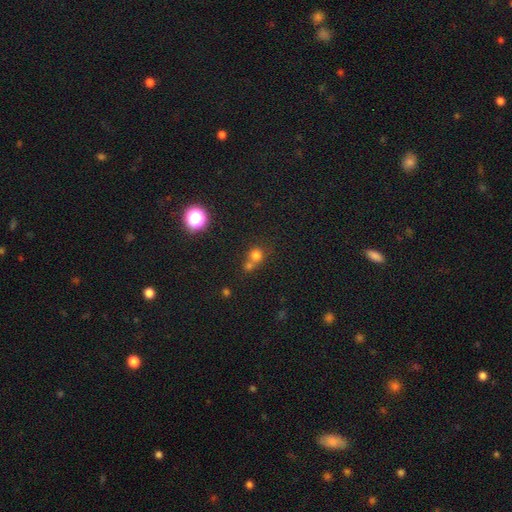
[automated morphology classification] Q: Smooth or featured?
A: smooth (72%); runner-up: star or artifact (18%)
Q: How rounded?
A: round (86%); runner-up: in between (13%)
Q: Merging?
A: merger (48%); runner-up: none (42%)